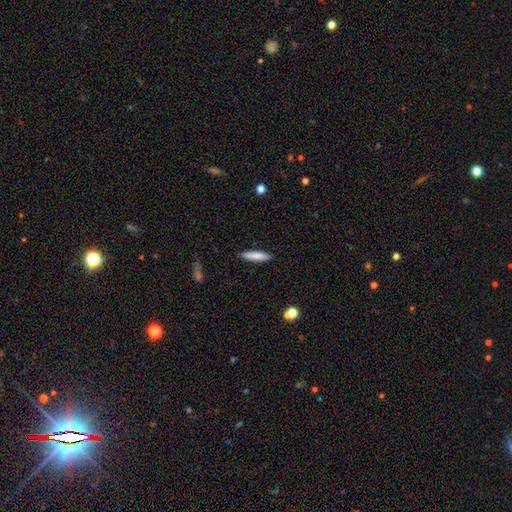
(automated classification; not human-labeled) A smooth galaxy with no disk features (83%) that is cigar-shaped (84%). Merging: none (89%).